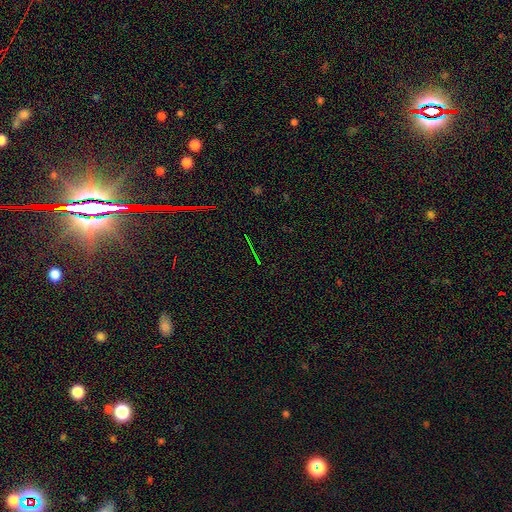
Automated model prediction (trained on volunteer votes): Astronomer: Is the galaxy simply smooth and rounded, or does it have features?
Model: star or artifact — 79%.